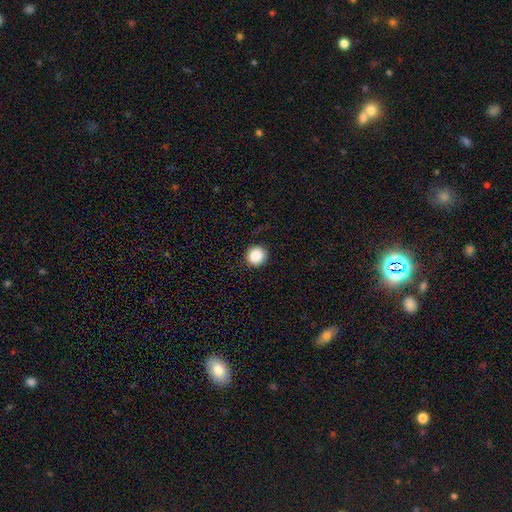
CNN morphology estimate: A smooth galaxy with no disk features (88%) that is round (93%).

Vote fractions:
- Smooth or featured? smooth: 88% / star or artifact: 9% / featured or disk: 3%
- How rounded? round: 93% / in between: 6% / cigar-shaped: 1%
- Merging? none: 89% / minor disturbance: 8% / major disturbance: 3% / merger: 1%